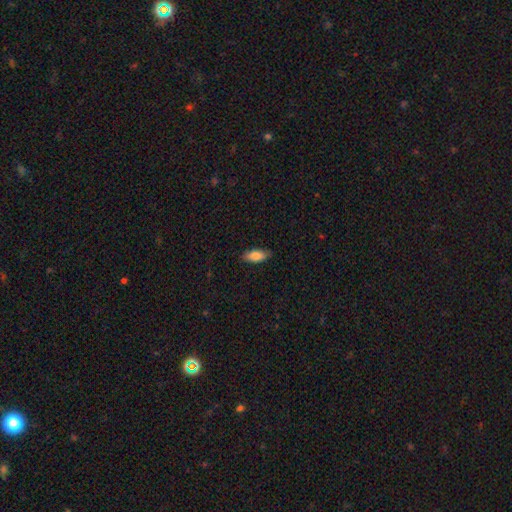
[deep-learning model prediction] Smooth or featured? smooth (84%)
How rounded? in between (81%)
Merging? none (84%)